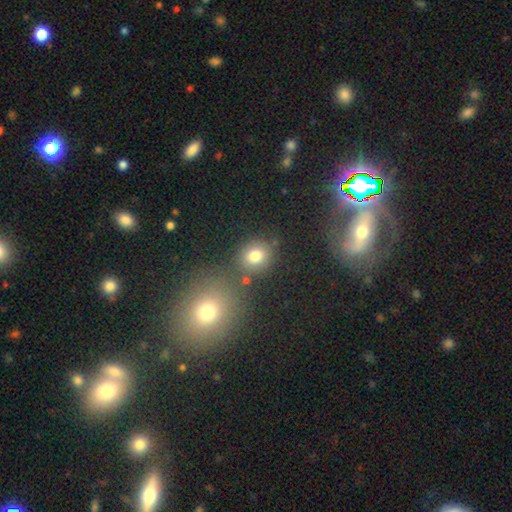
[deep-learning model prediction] Smooth or featured? Predicted: smooth (p=0.49). Merging? Predicted: none (p=0.69).